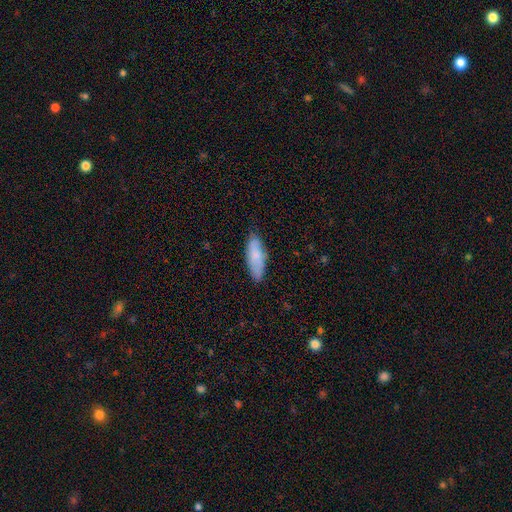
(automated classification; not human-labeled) The model was most divided on "how rounded": in between: 66%, cigar-shaped: 32%, round: 2%. More confident: smooth or featured — smooth (78%); merging — none (77%).